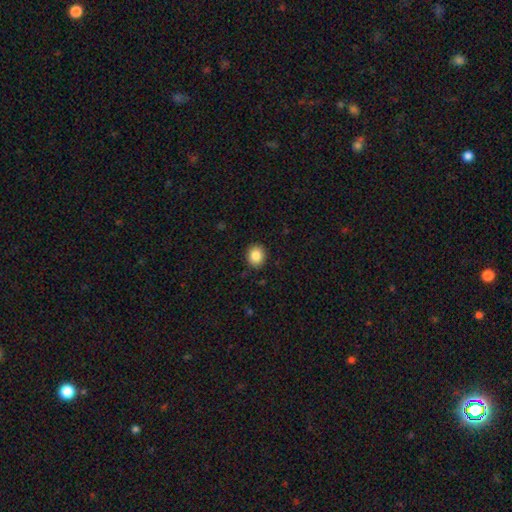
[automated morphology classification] smooth_or_featured: smooth (p=0.86) [alt: star or artifact p=0.09]
how_rounded: round (p=0.72) [alt: in between p=0.27]
merging: none (p=0.90) [alt: minor disturbance p=0.07]